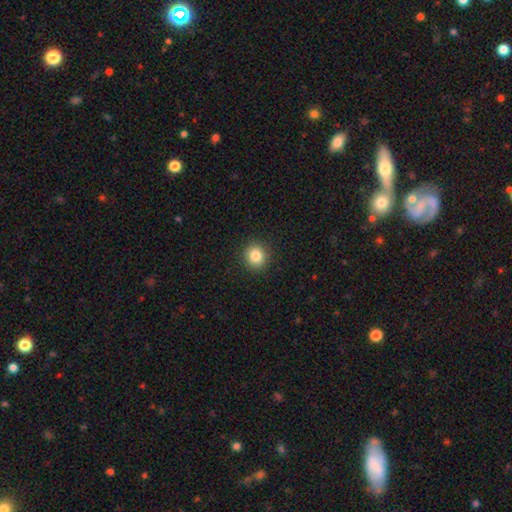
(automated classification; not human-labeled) The model was most divided on "smooth or featured": smooth: 84%, star or artifact: 11%, featured or disk: 5%. More confident: merging — none (91%); how rounded — round (87%).